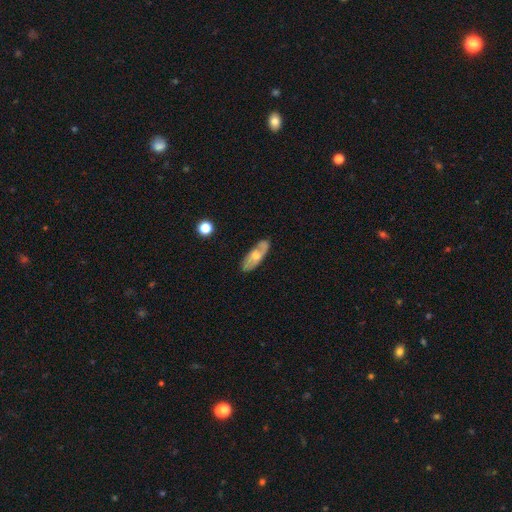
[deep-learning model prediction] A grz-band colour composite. It shows a featured or disk galaxy (48%). Merging: none (79%).